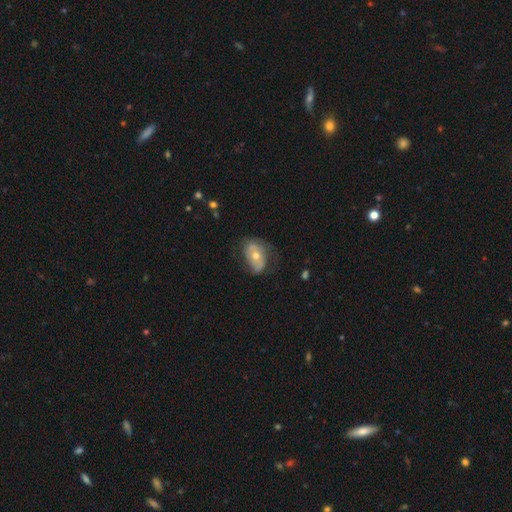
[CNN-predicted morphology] A featured or disk galaxy (58%) with no bar (75%), spiral arms (62%) and a moderate central bulge (62%).

Vote fractions:
- Smooth or featured? featured or disk: 58% / smooth: 33% / star or artifact: 8%
- Edge-on disk? no: 94% / yes: 6%
- Bar? no: 75% / weak: 17% / strong: 7%
- Spiral arms? yes: 62% / no: 38%
- Bulge size? moderate: 62% / small: 33% / large: 3% / none: 1% / dominant: 1%
- Merging? none: 51% / minor disturbance: 29% / major disturbance: 18% / merger: 2%